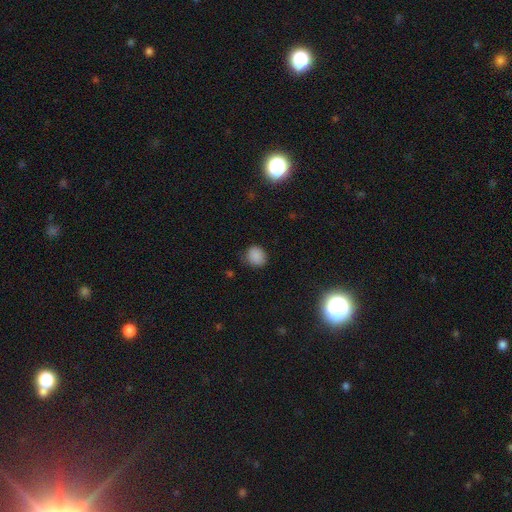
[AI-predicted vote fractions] Morphology: type=smooth (85%); roundness=round (78%); merging=none (79%).